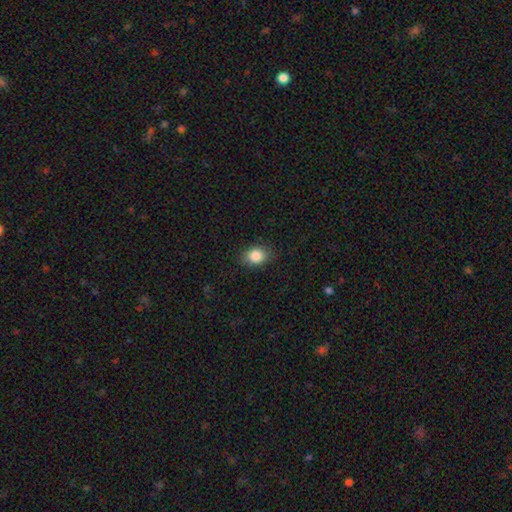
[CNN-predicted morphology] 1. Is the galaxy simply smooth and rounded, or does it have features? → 85% smooth, 9% star or artifact, 6% featured or disk.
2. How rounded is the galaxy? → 61% in between, 38% round, 1% cigar-shaped.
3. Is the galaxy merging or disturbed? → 85% none, 11% minor disturbance, 3% major disturbance, 1% merger.